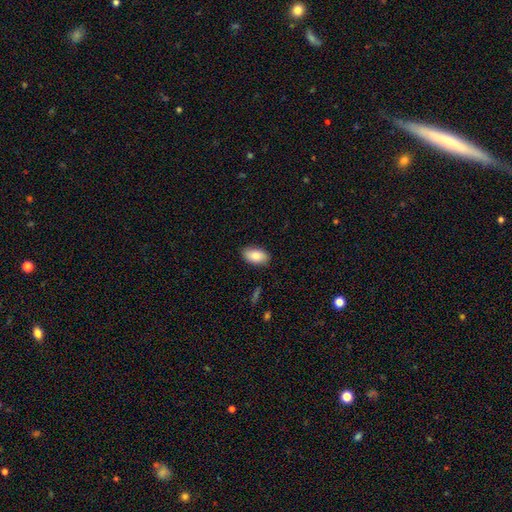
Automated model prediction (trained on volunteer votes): Smooth or featured?
  - smooth: 84% *
  - featured or disk: 9%
  - star or artifact: 7%
How rounded?
  - in between: 93% *
  - round: 5%
  - cigar-shaped: 2%
Merging?
  - none: 85% *
  - minor disturbance: 11%
  - major disturbance: 2%
  - merger: 1%